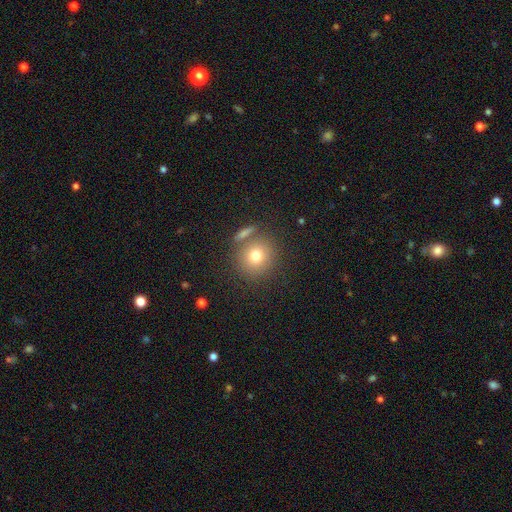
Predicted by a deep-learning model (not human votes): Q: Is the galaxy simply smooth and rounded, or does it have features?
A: smooth — 75%.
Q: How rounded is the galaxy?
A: round — 89%.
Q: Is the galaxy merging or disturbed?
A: none — 74%.